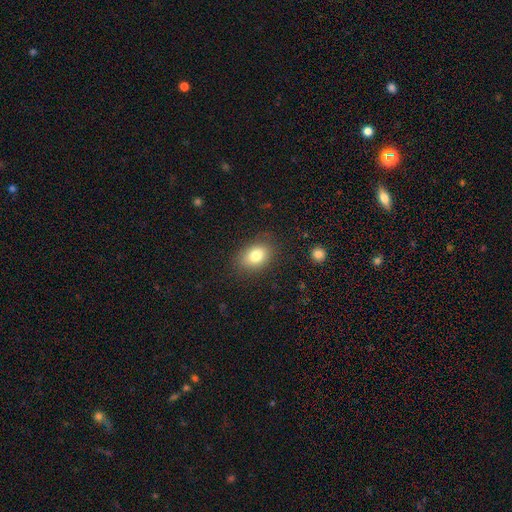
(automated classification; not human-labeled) Overall: smooth (80%). How rounded: in between (76%). Merging: none (83%).